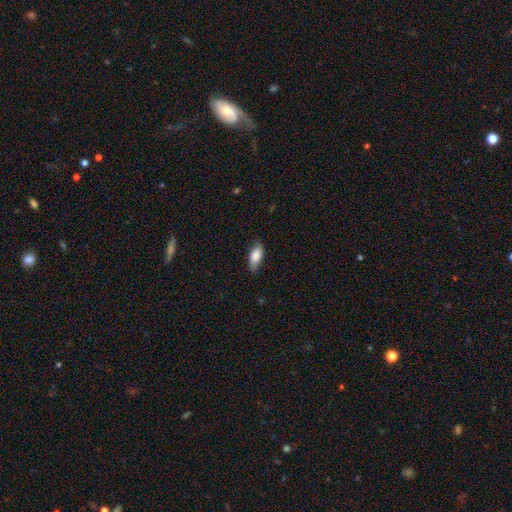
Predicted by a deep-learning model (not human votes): smooth_or_featured: smooth (p=0.82) [alt: featured or disk p=0.12]
how_rounded: in between (p=0.85) [alt: cigar-shaped p=0.12]
merging: none (p=0.72) [alt: minor disturbance p=0.23]